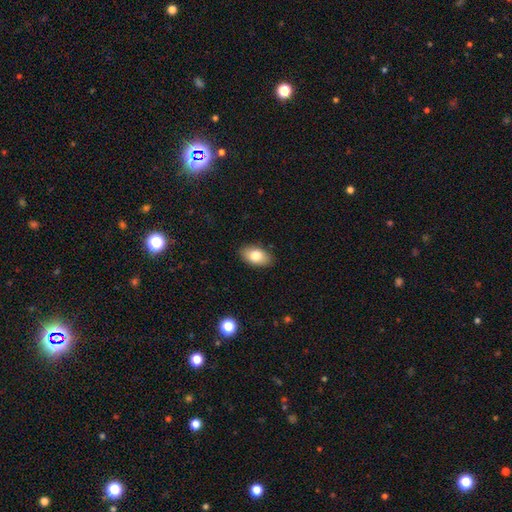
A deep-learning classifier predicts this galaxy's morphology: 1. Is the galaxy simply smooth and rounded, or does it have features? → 80% smooth, 13% featured or disk, 7% star or artifact.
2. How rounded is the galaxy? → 92% in between, 7% round, 2% cigar-shaped.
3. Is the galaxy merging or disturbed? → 88% none, 9% minor disturbance, 2% major disturbance, 1% merger.